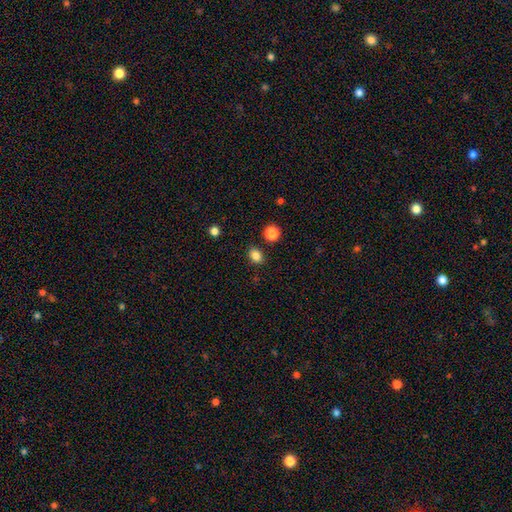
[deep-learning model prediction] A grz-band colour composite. It shows a smooth galaxy with no disk features (84%) that is in between round and cigar-shaped (57%). Merging: none (85%).